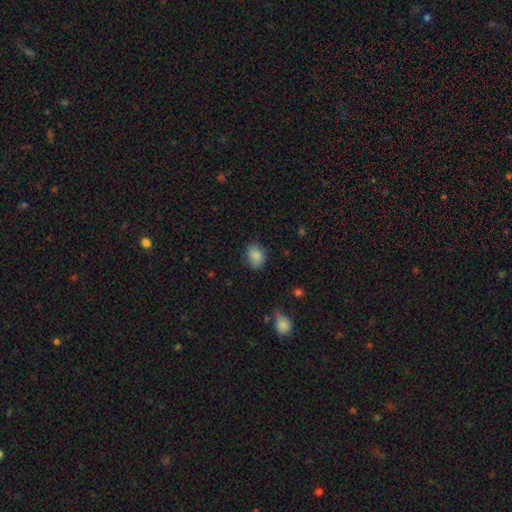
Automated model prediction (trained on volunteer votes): A smooth galaxy with no disk features (85%) that is in between round and cigar-shaped (54%).

Vote fractions:
- Smooth or featured? smooth: 85% / star or artifact: 9% / featured or disk: 6%
- How rounded? in between: 54% / round: 45% / cigar-shaped: 1%
- Merging? none: 75% / minor disturbance: 20% / major disturbance: 4% / merger: 1%